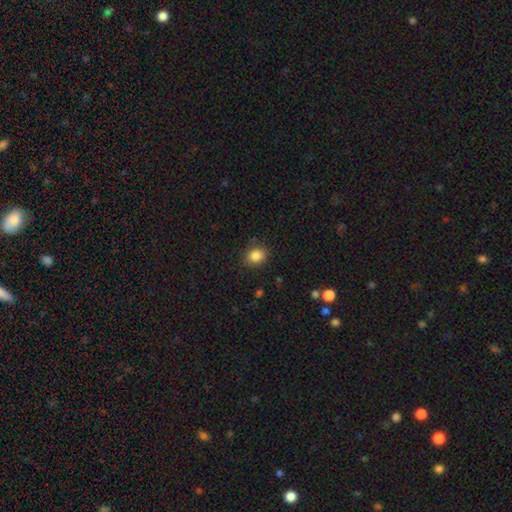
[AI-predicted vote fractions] A smooth galaxy with no disk features (85%) that is round (54%).

Vote fractions:
- Smooth or featured? smooth: 85% / star or artifact: 10% / featured or disk: 5%
- How rounded? round: 54% / in between: 45% / cigar-shaped: 1%
- Merging? none: 84% / minor disturbance: 11% / major disturbance: 3% / merger: 1%